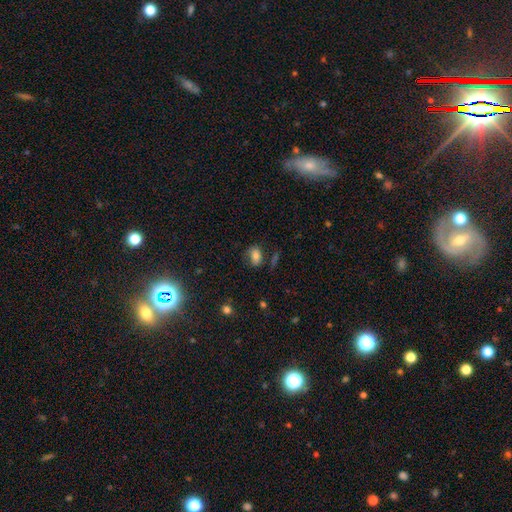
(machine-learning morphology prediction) This is likely a smooth galaxy (75%). How rounded: likely in between (78%). Merging: likely none (69%).